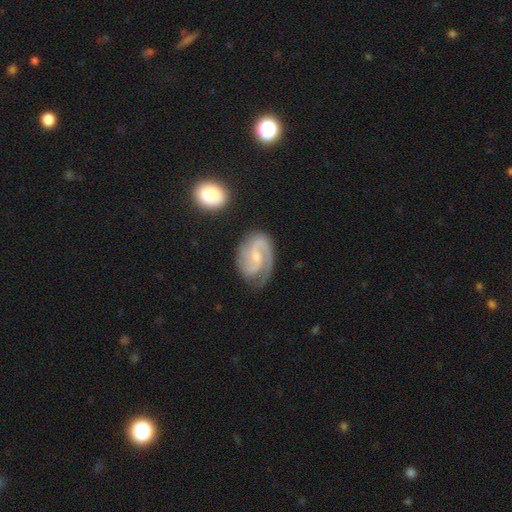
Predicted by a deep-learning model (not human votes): Smooth or featured: featured or disk — 88% (smooth — 7%)
Edge-on disk: no — 98% (yes — 2%)
Bar: weak — 49% (no — 36%)
Spiral arms: yes — 98% (no — 2%)
Spiral winding: medium — 52% (tight — 33%)
Spiral arm count: 2 — 83% (1 — 7%)
Bulge size: small — 59% (moderate — 32%)
Merging: none — 69% (minor disturbance — 20%)